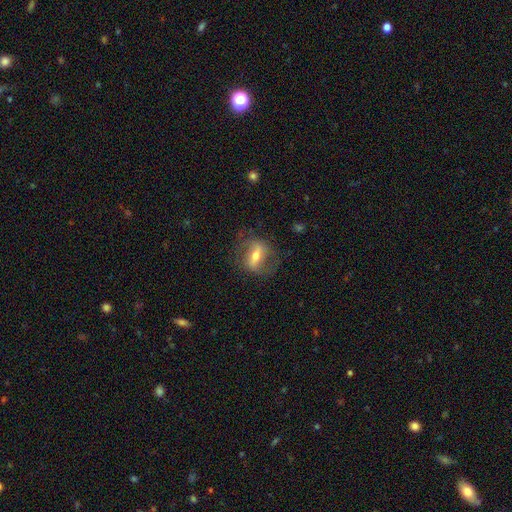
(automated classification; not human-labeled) smooth_or_featured: featured or disk (p=0.61) [alt: smooth p=0.31]
disk_edge_on: no (p=0.83) [alt: yes p=0.17]
bar: strong (p=0.55) [alt: weak p=0.31]
has_spiral_arms: yes (p=0.64) [alt: no p=0.36]
bulge_size: moderate (p=0.62) [alt: small p=0.25]
merging: none (p=0.68) [alt: minor disturbance p=0.18]